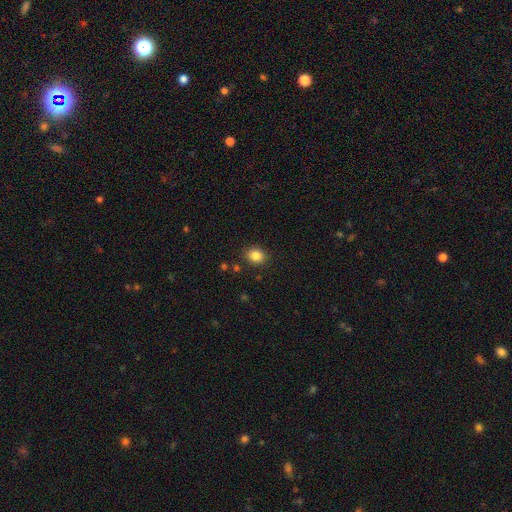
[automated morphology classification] smooth 85%, star or artifact 10%, featured or disk 5%. Down the decision tree: how rounded — round (55%); merging — none (87%).